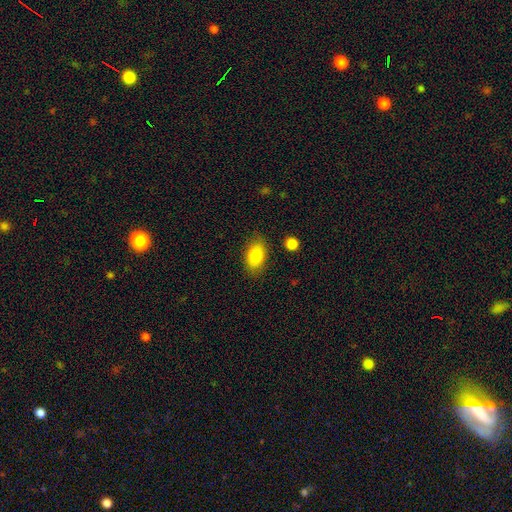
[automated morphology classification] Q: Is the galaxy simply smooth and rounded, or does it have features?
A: smooth — 84%.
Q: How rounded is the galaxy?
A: in between — 88%.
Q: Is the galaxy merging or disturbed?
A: none — 81%.